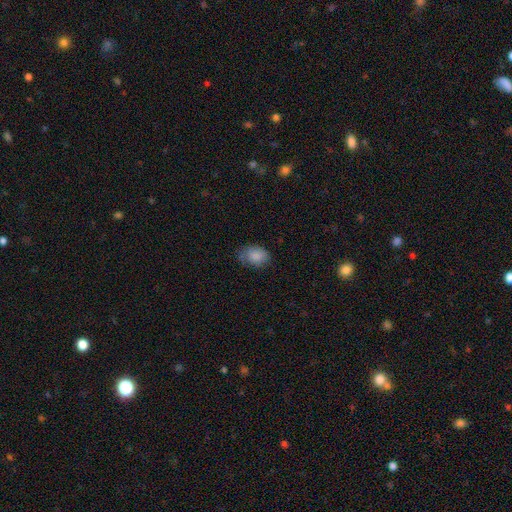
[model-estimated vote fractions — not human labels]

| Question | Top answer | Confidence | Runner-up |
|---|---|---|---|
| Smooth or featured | smooth | 84% | featured or disk (9%) |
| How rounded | in between | 76% | round (23%) |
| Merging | none | 61% | minor disturbance (29%) |